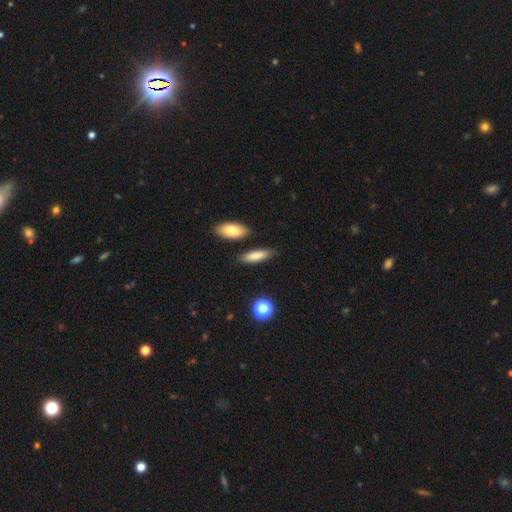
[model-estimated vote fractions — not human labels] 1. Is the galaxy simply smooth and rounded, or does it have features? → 82% smooth, 11% featured or disk, 7% star or artifact.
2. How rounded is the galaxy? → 52% in between, 45% cigar-shaped, 3% round.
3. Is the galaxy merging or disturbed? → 82% none, 11% minor disturbance, 4% merger, 3% major disturbance.